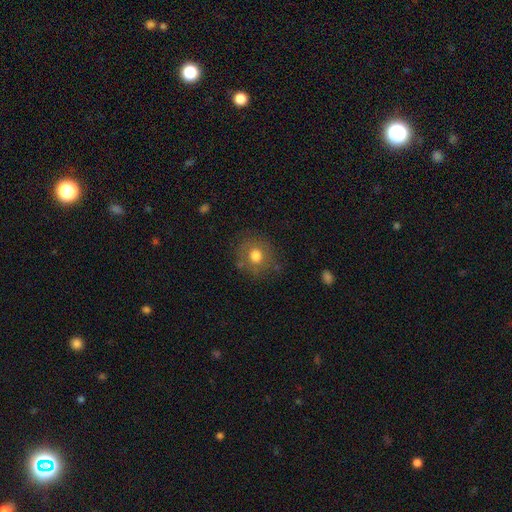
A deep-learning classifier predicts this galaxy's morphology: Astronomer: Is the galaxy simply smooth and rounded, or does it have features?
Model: smooth — 73%.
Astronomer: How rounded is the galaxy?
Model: round — 85%.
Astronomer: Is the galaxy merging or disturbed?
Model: none — 76%.